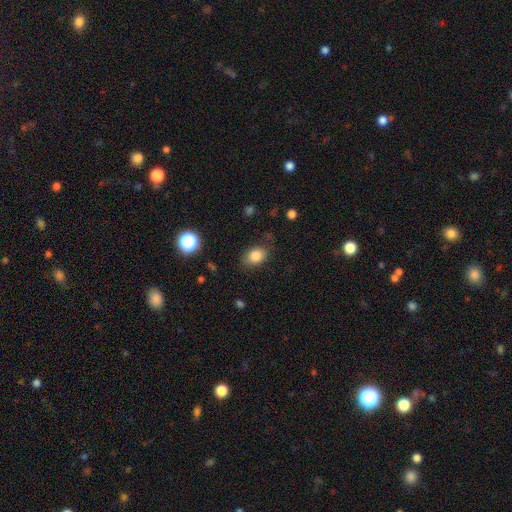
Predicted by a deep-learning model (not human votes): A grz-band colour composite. It shows a smooth galaxy with no disk features (84%) that is in between round and cigar-shaped (74%). Merging: none (78%).